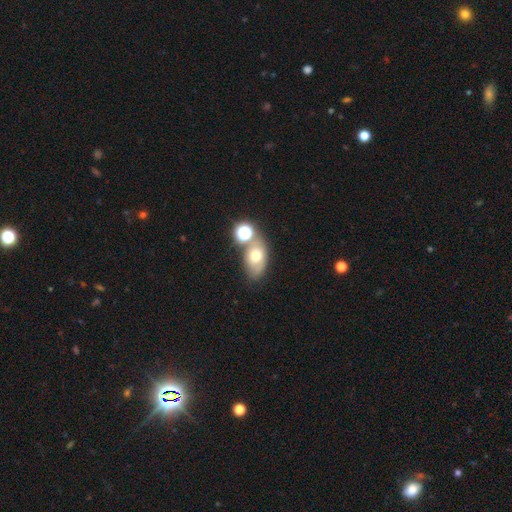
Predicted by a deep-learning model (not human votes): This is possibly a smooth galaxy (60%). How rounded: likely in between (79%). Merging: possibly none (54%).